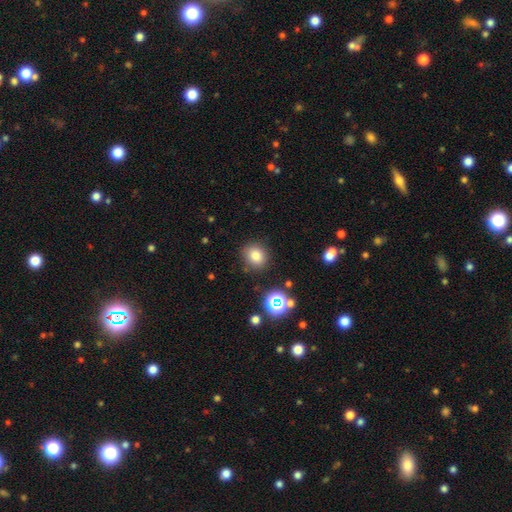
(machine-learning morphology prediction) A smooth galaxy with no disk features (79%) that is round (76%).

Vote fractions:
- Smooth or featured? smooth: 79% / star or artifact: 14% / featured or disk: 6%
- How rounded? round: 76% / in between: 23% / cigar-shaped: 1%
- Merging? none: 84% / minor disturbance: 10% / major disturbance: 3% / merger: 3%